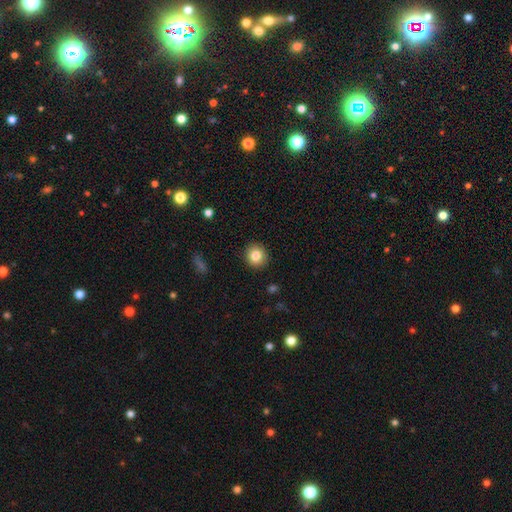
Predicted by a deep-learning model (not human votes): A smooth galaxy with no disk features (82%) that is round (88%). Merging: none (92%).